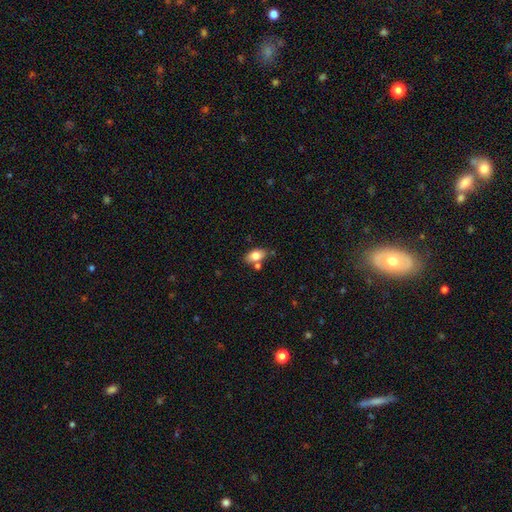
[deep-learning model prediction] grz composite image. It shows a smooth galaxy with no disk features (79%) that is in between round and cigar-shaped (89%). Merging: none (68%).